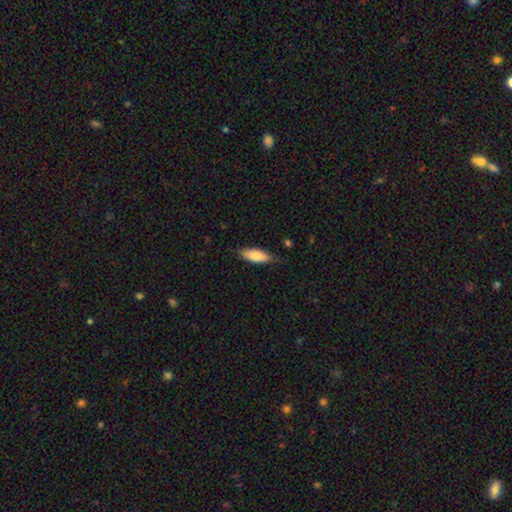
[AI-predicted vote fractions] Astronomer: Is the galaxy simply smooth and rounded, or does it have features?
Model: smooth — 79%.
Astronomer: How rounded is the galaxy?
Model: in between — 75%.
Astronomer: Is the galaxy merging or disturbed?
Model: none — 77%.